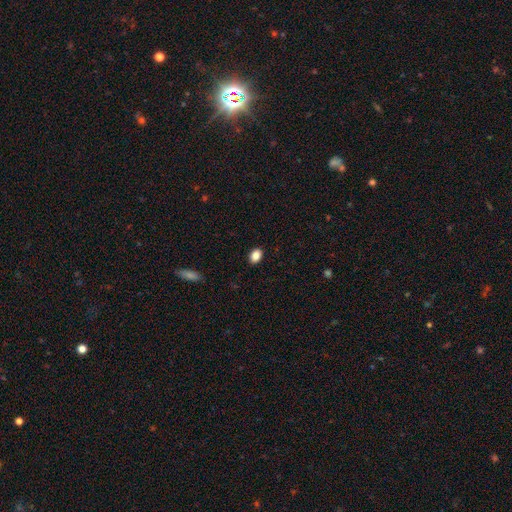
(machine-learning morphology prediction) A smooth galaxy with no disk features (86%) that is in between round and cigar-shaped (78%). Merging: none (90%).